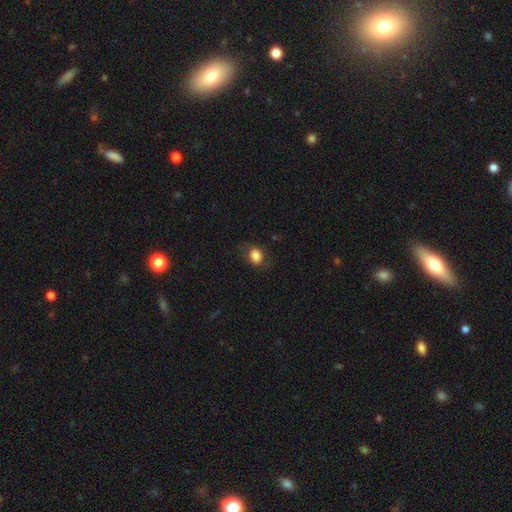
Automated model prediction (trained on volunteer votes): This is clearly a smooth galaxy (83%). How rounded: possibly in between (58%). Merging: likely none (73%).